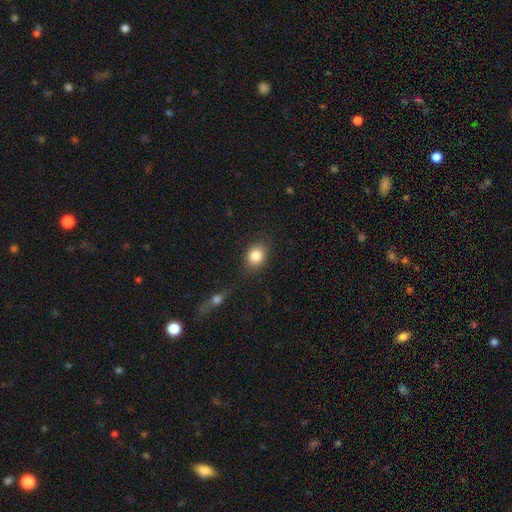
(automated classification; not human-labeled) Smooth or featured: smooth — 84% (star or artifact — 9%)
How rounded: round — 59% (in between — 40%)
Merging: none — 81% (minor disturbance — 11%)